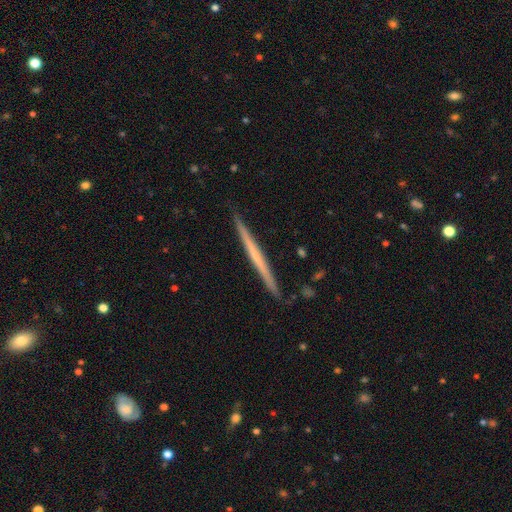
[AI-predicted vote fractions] This appears to be a featured or disk galaxy (58%) viewed edge-on (98%) with no central bulge (85%). Merging: none (91%).